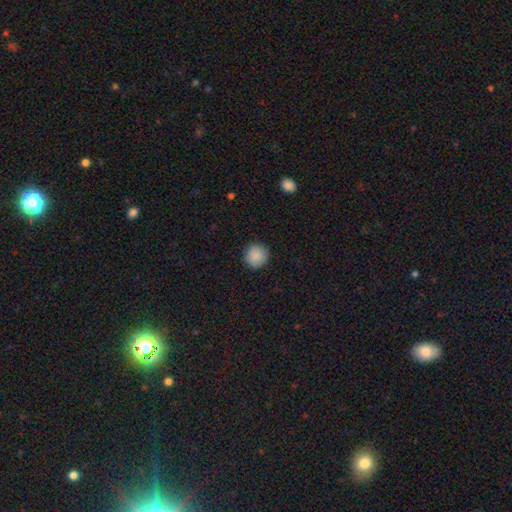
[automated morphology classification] smooth-or-featured: smooth: 89% | star or artifact: 8% | featured or disk: 3%
  how-rounded: round: 93% | in between: 6% | cigar-shaped: 1%
  merging: none: 90% | minor disturbance: 7% | major disturbance: 2% | merger: 1%